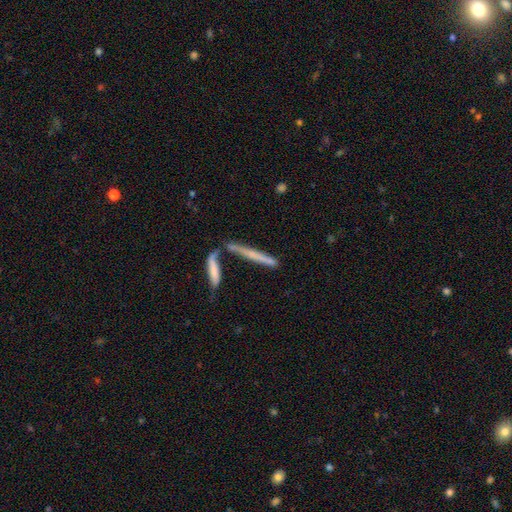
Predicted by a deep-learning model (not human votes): This is possibly a smooth galaxy (48%). Merging: possibly none (52%).